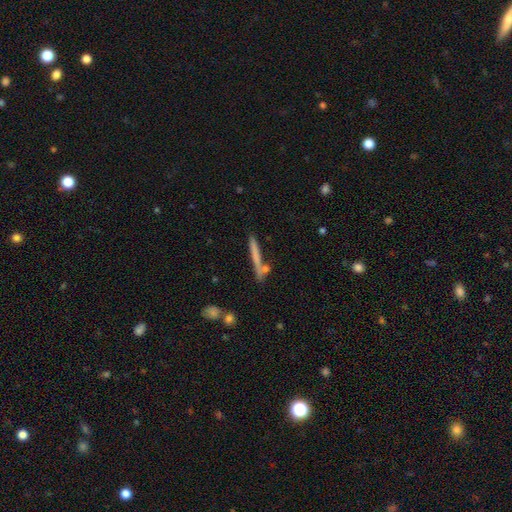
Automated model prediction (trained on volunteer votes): This is possibly a smooth galaxy (60%). How rounded: clearly cigar-shaped (95%). Merging: likely none (73%).